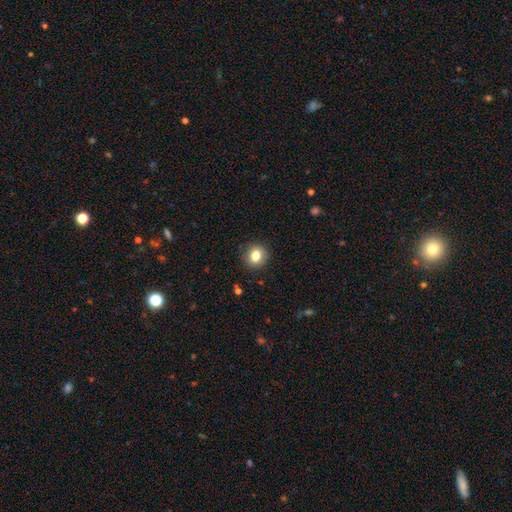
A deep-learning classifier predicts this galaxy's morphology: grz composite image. It shows a smooth galaxy with no disk features (81%) that is round (79%). Merging: none (90%).